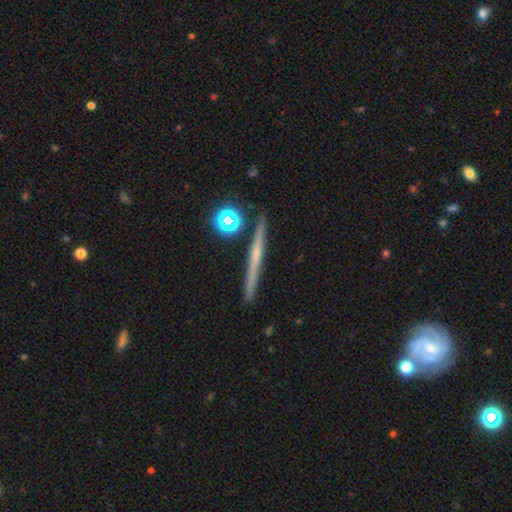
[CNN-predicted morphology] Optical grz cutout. It shows a featured or disk galaxy (55%) viewed edge-on (97%) with no central bulge (66%). Merging: none (87%).